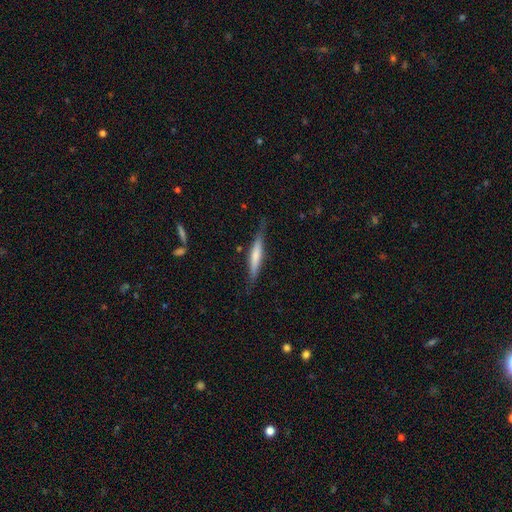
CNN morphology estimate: smooth-or-featured: smooth: 52% | featured or disk: 42% | star or artifact: 6%
  how-rounded: cigar-shaped: 91% | in between: 8% | round: 1%
  merging: none: 76% | minor disturbance: 18% | major disturbance: 4% | merger: 2%